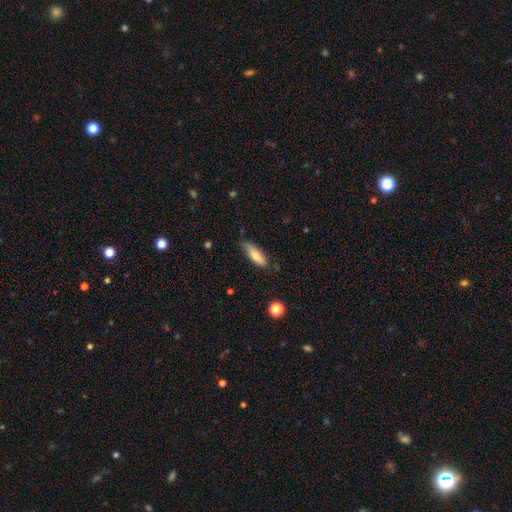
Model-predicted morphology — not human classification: A smooth galaxy with no disk features (78%) that is in between round and cigar-shaped (58%). Merging: none (69%).